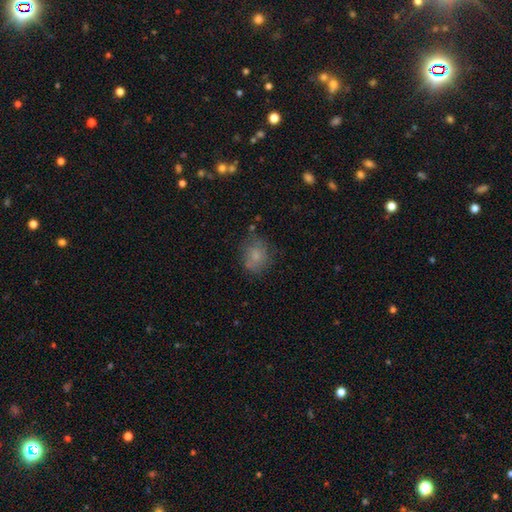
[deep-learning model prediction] smooth 71%, featured or disk 17%, star or artifact 12%. Down the decision tree: how rounded — round (65%); merging — none (61%).